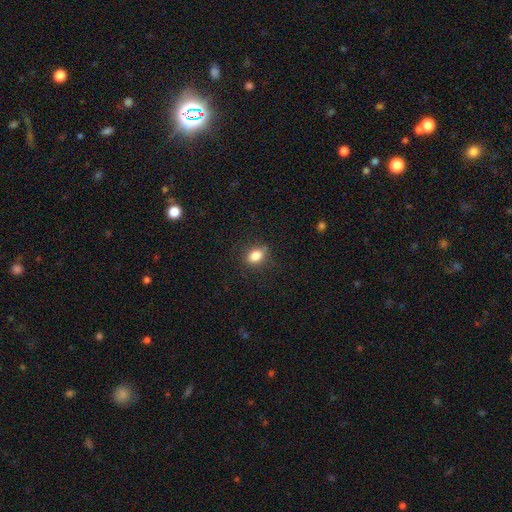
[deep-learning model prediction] Smooth or featured?
  - smooth: 84% *
  - star or artifact: 10%
  - featured or disk: 6%
How rounded?
  - in between: 74% *
  - round: 23%
  - cigar-shaped: 2%
Merging?
  - none: 82% *
  - minor disturbance: 14%
  - major disturbance: 3%
  - merger: 1%